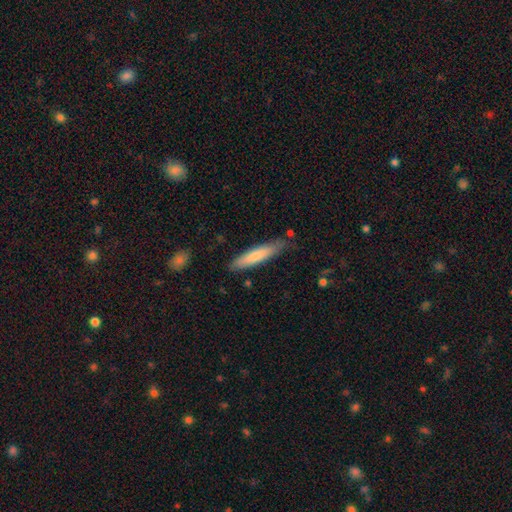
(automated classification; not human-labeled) This is likely a smooth galaxy (74%). How rounded: clearly cigar-shaped (86%). Merging: likely none (79%).